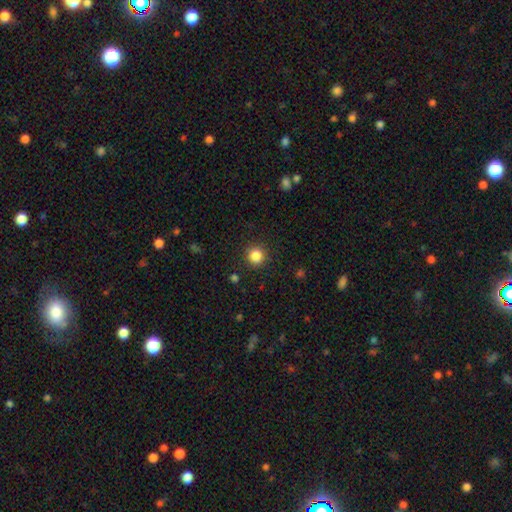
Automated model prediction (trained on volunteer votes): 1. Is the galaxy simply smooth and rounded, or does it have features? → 85% smooth, 11% star or artifact, 4% featured or disk.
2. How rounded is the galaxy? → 93% round, 6% in between, 1% cigar-shaped.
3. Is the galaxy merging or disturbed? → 91% none, 6% minor disturbance, 2% major disturbance, 1% merger.